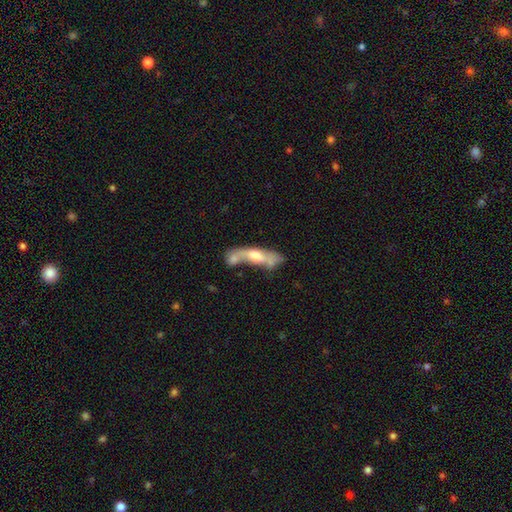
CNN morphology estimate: Smooth or featured? featured or disk (51%)
Edge-on disk? no (57%)
Merging? merger (43%)